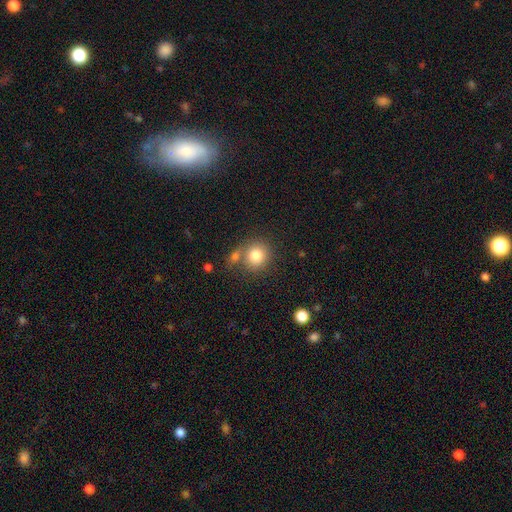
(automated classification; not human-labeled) Morphology: type=smooth (81%); roundness=round (85%); merging=none (60%).